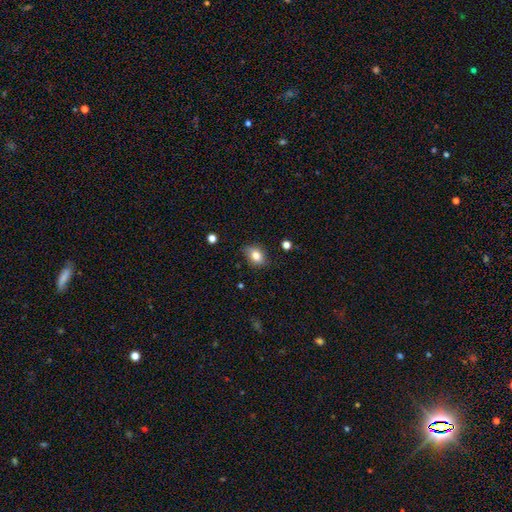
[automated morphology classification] type=smooth (80%); roundness=in between (72%); merging=none (75%).